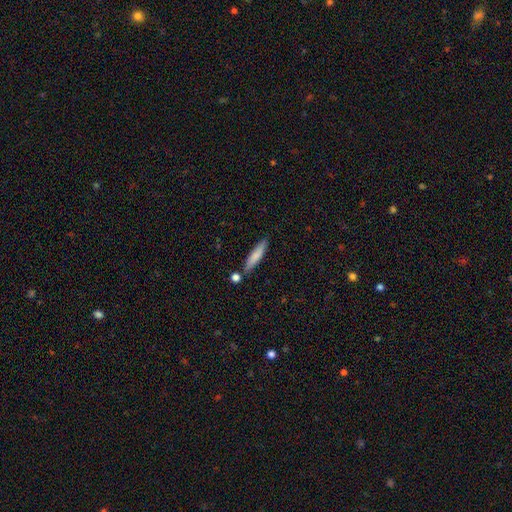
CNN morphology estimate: smooth_or_featured: smooth (p=0.77) [alt: featured or disk p=0.17]
how_rounded: cigar-shaped (p=0.85) [alt: in between p=0.13]
merging: none (p=0.80) [alt: minor disturbance p=0.12]